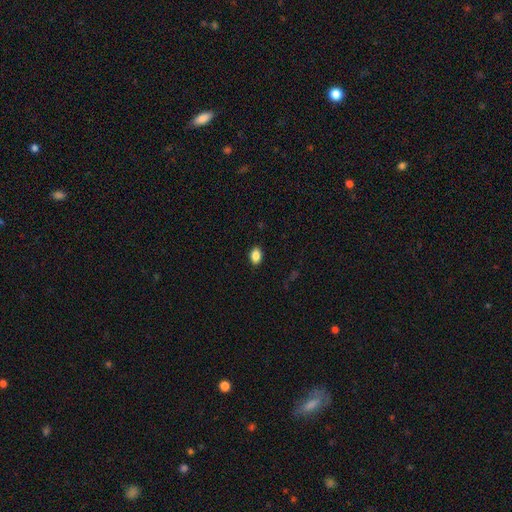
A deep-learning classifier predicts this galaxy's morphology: Smooth or featured? smooth (87%)
How rounded? in between (82%)
Merging? none (88%)